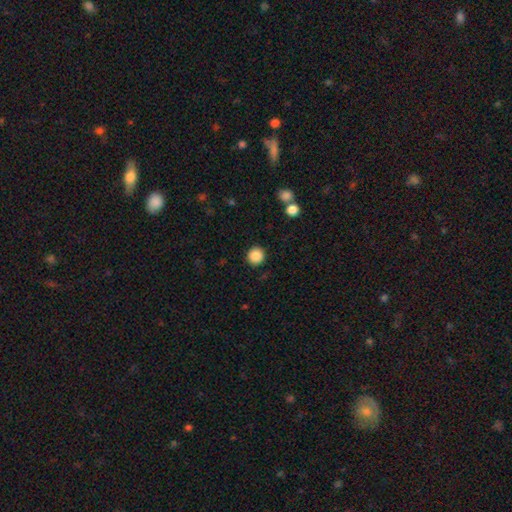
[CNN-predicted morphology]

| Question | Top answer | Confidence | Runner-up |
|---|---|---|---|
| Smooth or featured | smooth | 87% | star or artifact (9%) |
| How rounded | round | 93% | in between (6%) |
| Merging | none | 91% | minor disturbance (5%) |